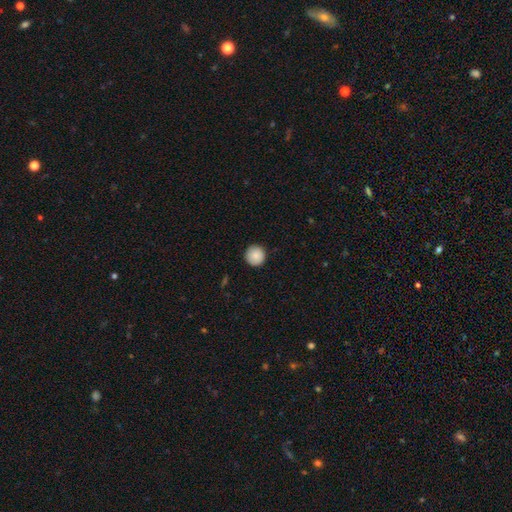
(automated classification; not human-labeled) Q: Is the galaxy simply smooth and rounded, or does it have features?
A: smooth — 88%.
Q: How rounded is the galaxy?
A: round — 95%.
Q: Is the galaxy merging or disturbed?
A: none — 92%.